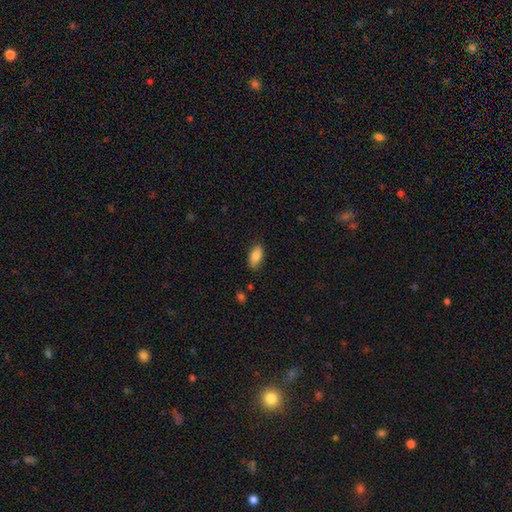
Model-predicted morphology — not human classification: Overall: smooth (83%). How rounded: in between (89%). Merging: none (82%).